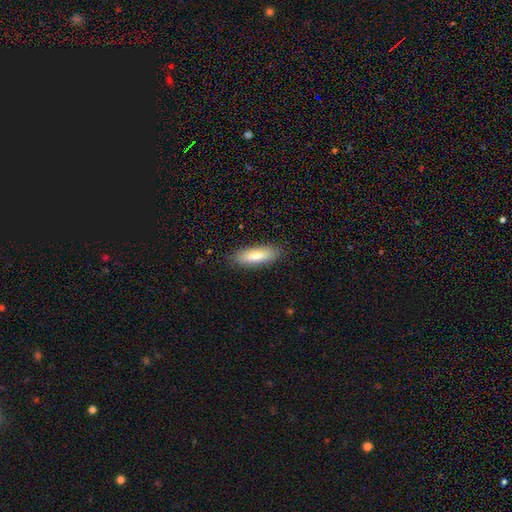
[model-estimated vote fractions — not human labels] Smooth or featured: smooth — 80% (featured or disk — 14%)
How rounded: in between — 51% (cigar-shaped — 47%)
Merging: none — 87% (minor disturbance — 9%)